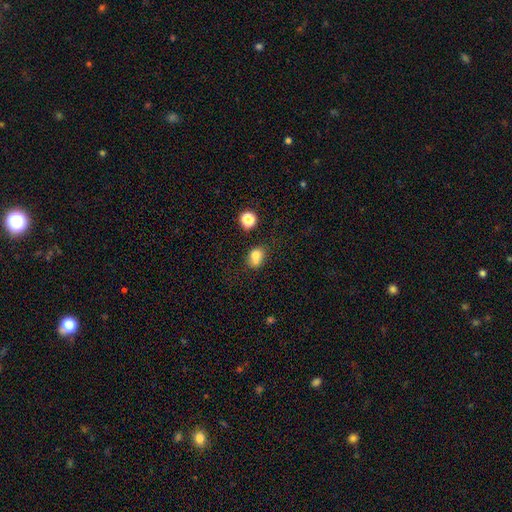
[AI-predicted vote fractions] The model was most divided on "how rounded": in between: 55%, round: 44%, cigar-shaped: 1%. Remaining: smooth or featured — smooth (74%); merging — none (45%).